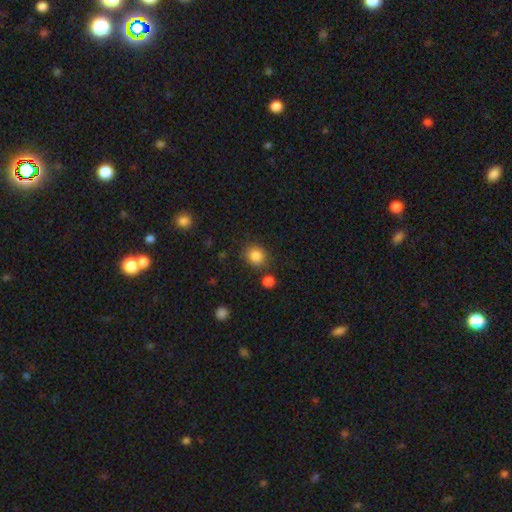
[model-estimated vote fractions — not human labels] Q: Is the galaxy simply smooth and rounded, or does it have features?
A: smooth — 85%.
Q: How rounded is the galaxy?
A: round — 76%.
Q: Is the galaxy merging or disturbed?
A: none — 78%.